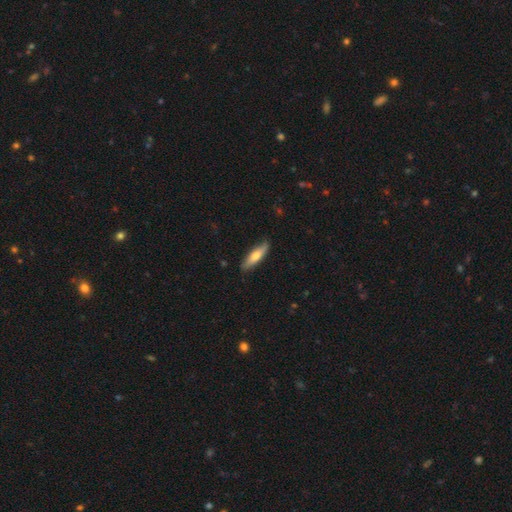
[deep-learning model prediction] Overall: smooth (64%; featured or disk 31%). How rounded: cigar-shaped (69%; in between 29%). Merging: none (85%).